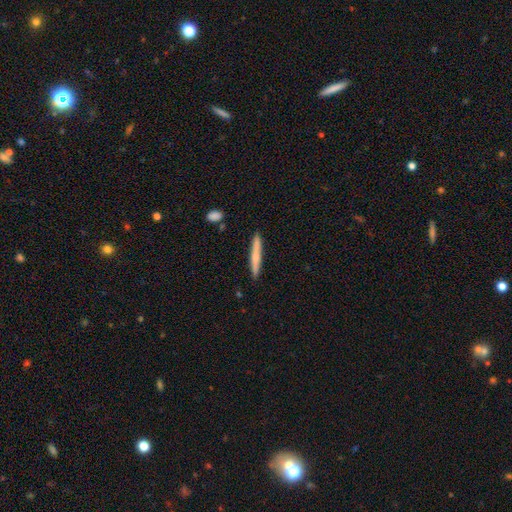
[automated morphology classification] smooth-or-featured: smooth: 59% | featured or disk: 35% | star or artifact: 6%
  how-rounded: cigar-shaped: 95% | in between: 3% | round: 1%
  merging: none: 90% | minor disturbance: 7% | merger: 2% | major disturbance: 1%